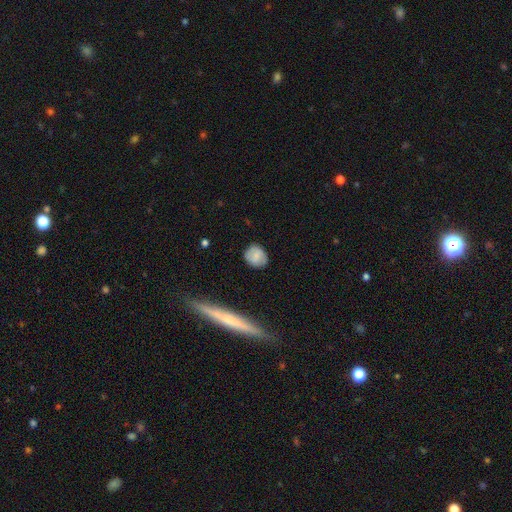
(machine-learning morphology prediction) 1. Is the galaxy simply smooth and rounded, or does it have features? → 71% smooth, 21% featured or disk, 8% star or artifact.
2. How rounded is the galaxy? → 68% round, 30% in between, 2% cigar-shaped.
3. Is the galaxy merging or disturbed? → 81% none, 15% minor disturbance, 3% major disturbance, 1% merger.